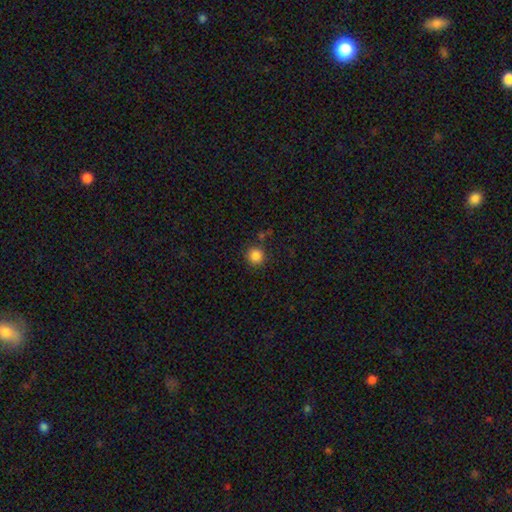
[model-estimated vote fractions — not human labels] A smooth galaxy with no disk features (85%) that is round (94%). Merging: none (85%).